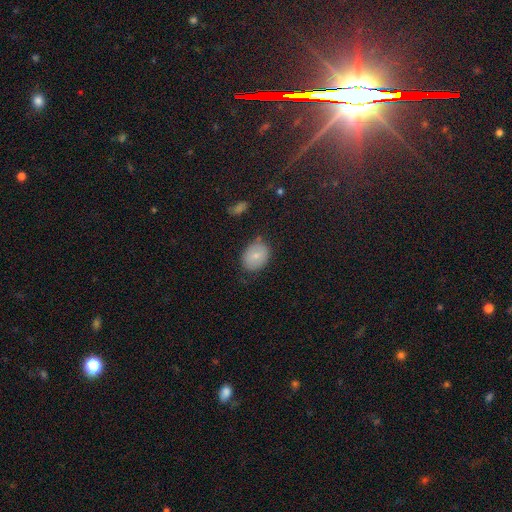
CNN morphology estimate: A smooth galaxy with no disk features (78%) that is in between round and cigar-shaped (61%).

Vote fractions:
- Smooth or featured? smooth: 78% / featured or disk: 14% / star or artifact: 8%
- How rounded? in between: 61% / round: 38% / cigar-shaped: 1%
- Merging? none: 74% / minor disturbance: 19% / major disturbance: 4% / merger: 3%